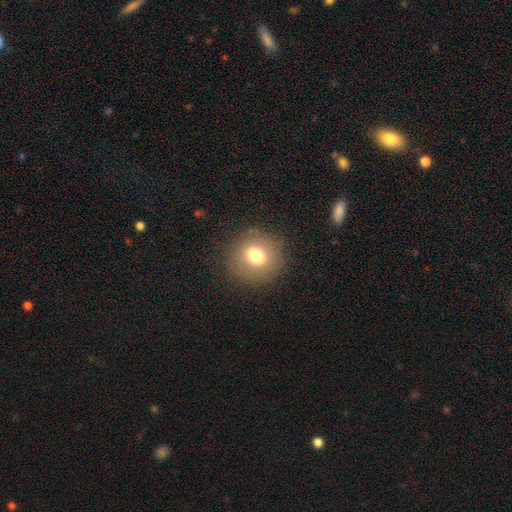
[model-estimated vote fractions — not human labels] Morphology: type=smooth (75%); roundness=round (91%); merging=none (86%).